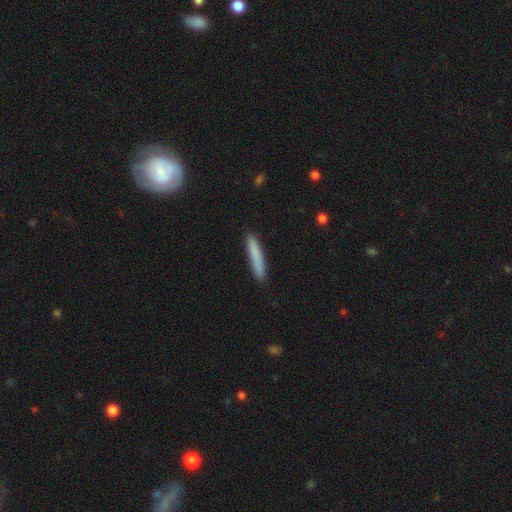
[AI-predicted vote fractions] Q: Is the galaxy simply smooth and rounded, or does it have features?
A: smooth — 81%.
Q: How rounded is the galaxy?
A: cigar-shaped — 94%.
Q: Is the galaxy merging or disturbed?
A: none — 89%.